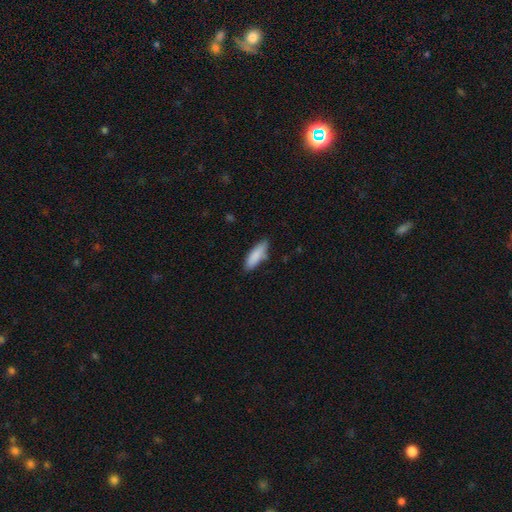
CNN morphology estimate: This is clearly a smooth galaxy (86%). How rounded: possibly in between (51%). Merging: likely none (76%).